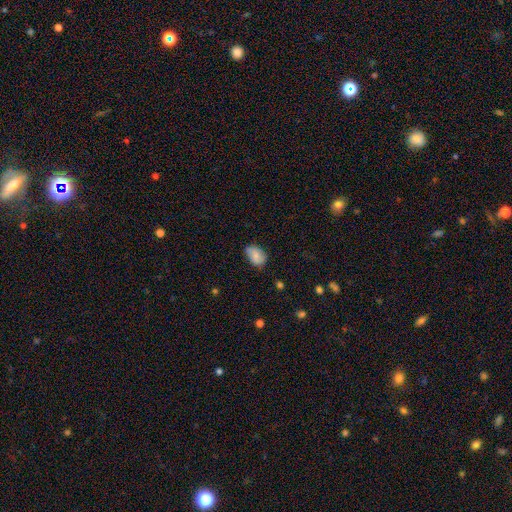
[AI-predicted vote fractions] Smooth or featured? Predicted: smooth (p=0.77). How rounded? Predicted: in between (p=0.83). Merging? Predicted: none (p=0.62).